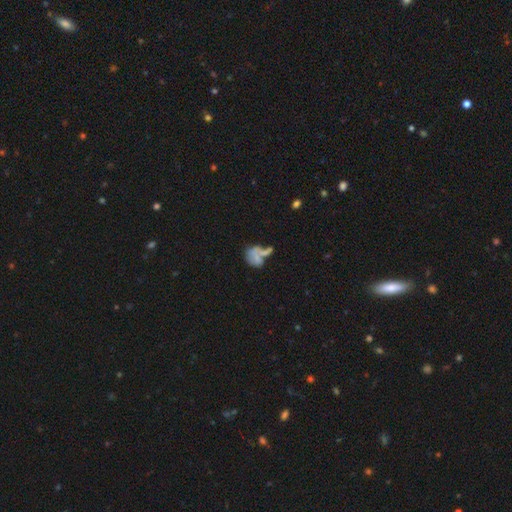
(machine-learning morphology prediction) smooth-or-featured: smooth: 47% | featured or disk: 37% | star or artifact: 15%
  merging: merger: 40% | none: 23% | major disturbance: 22% | minor disturbance: 15%